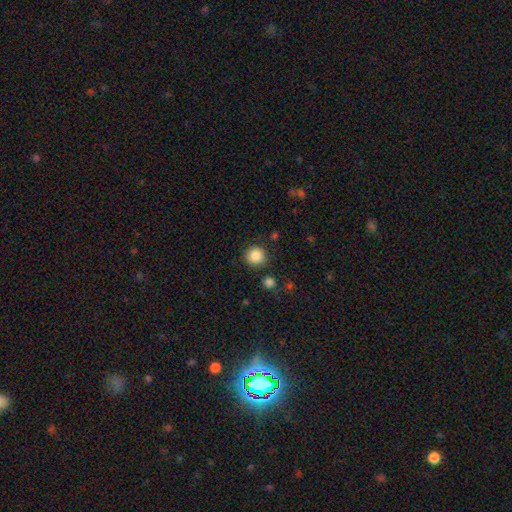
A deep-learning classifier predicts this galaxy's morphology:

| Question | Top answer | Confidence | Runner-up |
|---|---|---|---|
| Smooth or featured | smooth | 86% | star or artifact (10%) |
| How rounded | round | 94% | in between (5%) |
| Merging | none | 88% | minor disturbance (7%) |